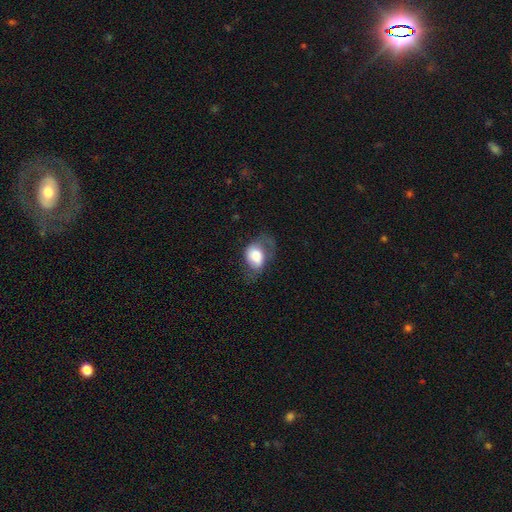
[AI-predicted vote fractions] Smooth or featured?
  - smooth: 64% *
  - featured or disk: 28%
  - star or artifact: 7%
How rounded?
  - in between: 74% *
  - round: 25%
  - cigar-shaped: 1%
Merging?
  - none: 39% *
  - minor disturbance: 29%
  - major disturbance: 29%
  - merger: 2%